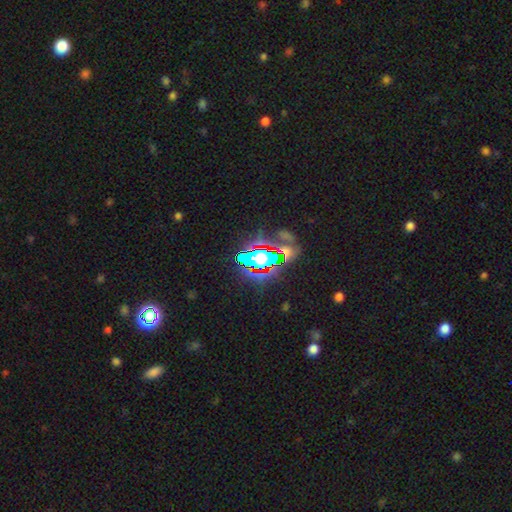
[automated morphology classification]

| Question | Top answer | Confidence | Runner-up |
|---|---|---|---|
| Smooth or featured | star or artifact | 63% | smooth (20%) |